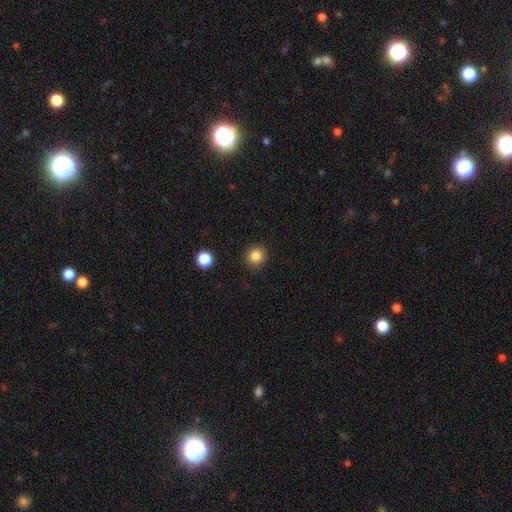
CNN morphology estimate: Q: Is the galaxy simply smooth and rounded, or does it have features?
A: smooth — 85%.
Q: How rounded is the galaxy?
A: round — 94%.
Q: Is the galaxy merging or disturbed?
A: none — 90%.